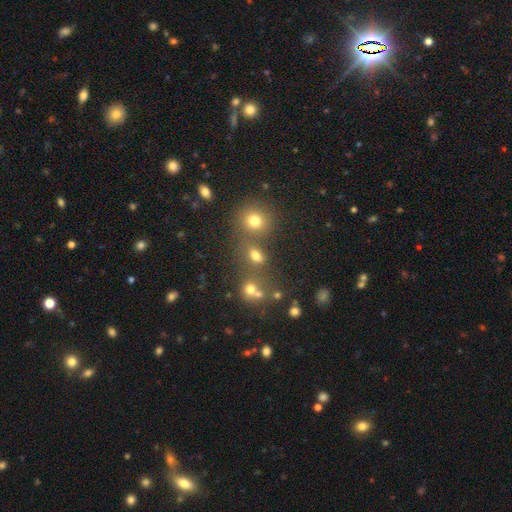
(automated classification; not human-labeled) The model was most divided on "how rounded": in between: 57%, round: 40%, cigar-shaped: 3%. More confident: smooth or featured — smooth (72%); merging — none (58%).